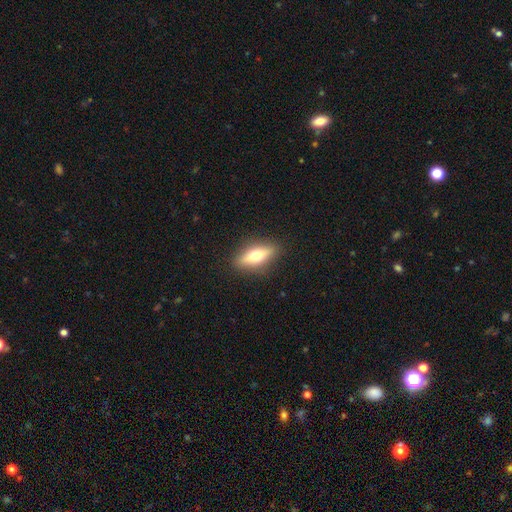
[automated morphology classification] Smooth or featured? Predicted: smooth (p=0.53). How rounded? Predicted: in between (p=0.54). Merging? Predicted: none (p=0.88).